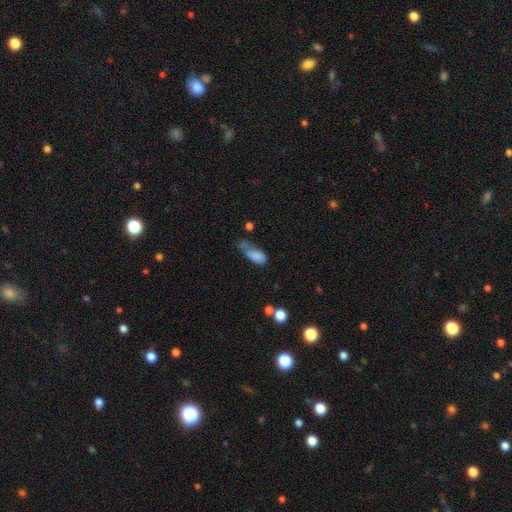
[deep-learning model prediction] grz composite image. It shows a smooth galaxy with no disk features (77%) that is in between round and cigar-shaped (81%). Merging: minor disturbance (32%).